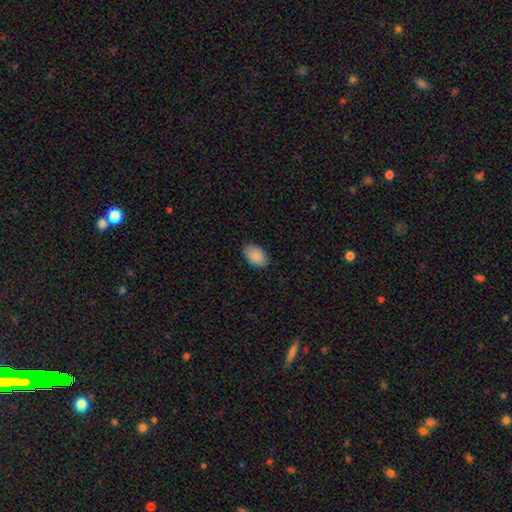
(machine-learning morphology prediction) Smooth or featured?
  - smooth: 90% *
  - star or artifact: 7%
  - featured or disk: 3%
How rounded?
  - in between: 93% *
  - round: 6%
  - cigar-shaped: 1%
Merging?
  - none: 86% *
  - minor disturbance: 11%
  - major disturbance: 2%
  - merger: 1%